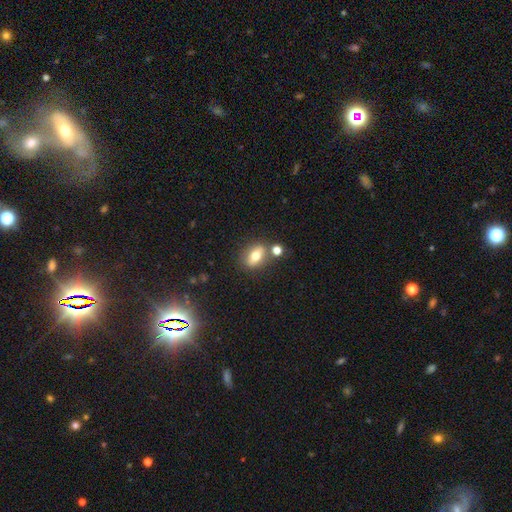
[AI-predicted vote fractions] A smooth galaxy with no disk features (67%) that is in between round and cigar-shaped (75%). Merging: none (70%).